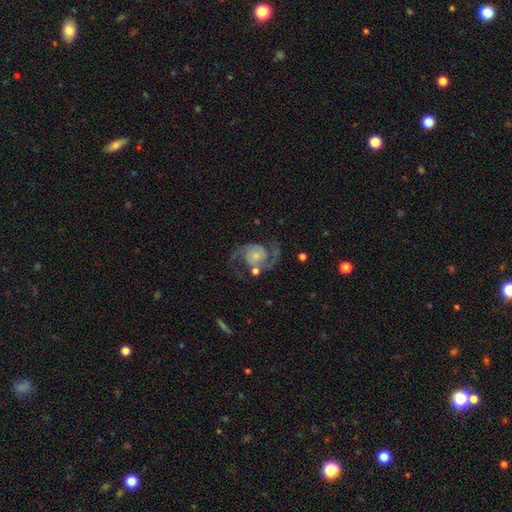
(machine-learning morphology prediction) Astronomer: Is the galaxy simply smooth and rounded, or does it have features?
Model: featured or disk — 89%.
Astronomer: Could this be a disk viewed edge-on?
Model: no — 98%.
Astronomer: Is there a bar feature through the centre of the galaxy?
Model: no — 71%.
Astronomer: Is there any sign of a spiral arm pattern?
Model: yes — 98%.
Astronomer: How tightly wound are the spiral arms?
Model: medium — 53% (runner-up: loose, 32%).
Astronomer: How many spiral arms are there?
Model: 2 — 93%.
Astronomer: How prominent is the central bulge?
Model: small — 63%.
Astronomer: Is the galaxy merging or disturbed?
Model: none — 67%.